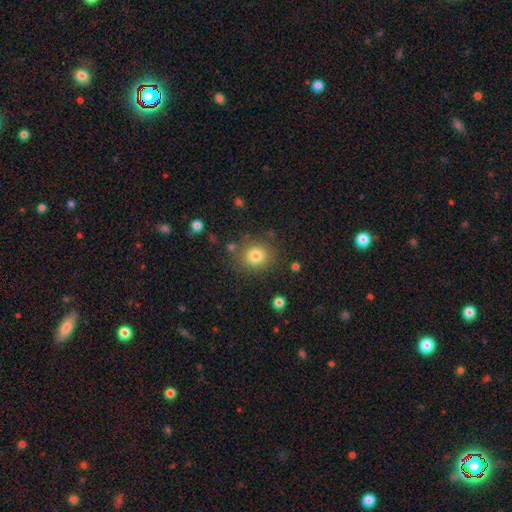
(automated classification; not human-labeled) This appears to be a smooth galaxy with no disk features (80%) that is round (80%). Merging: none (81%).